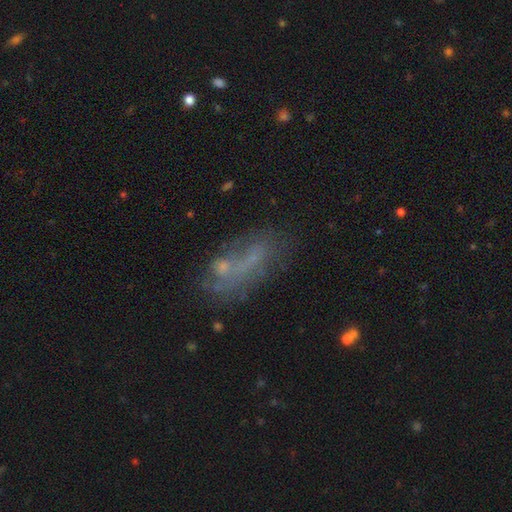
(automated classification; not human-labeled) Smooth or featured?
  - featured or disk: 44% *
  - smooth: 39%
  - star or artifact: 17%
Merging?
  - none: 37% *
  - major disturbance: 27%
  - minor disturbance: 19%
  - merger: 16%